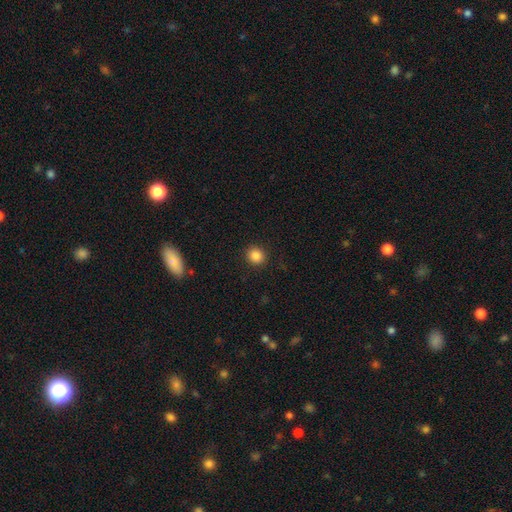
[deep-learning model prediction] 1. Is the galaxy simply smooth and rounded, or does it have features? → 86% smooth, 10% star or artifact, 4% featured or disk.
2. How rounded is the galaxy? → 82% round, 17% in between, 1% cigar-shaped.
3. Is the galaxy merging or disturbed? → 90% none, 6% minor disturbance, 2% major disturbance, 1% merger.